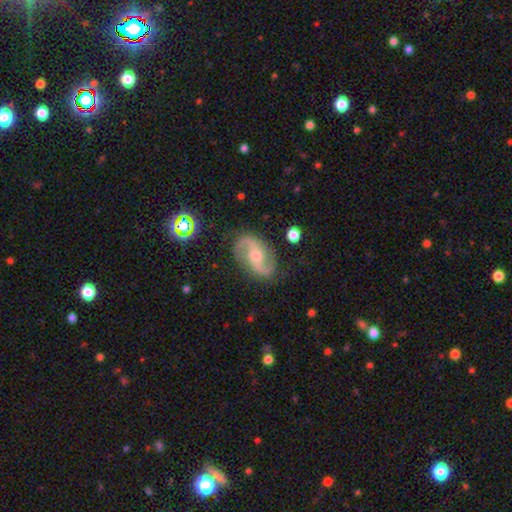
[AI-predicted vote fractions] Q: Smooth or featured?
A: featured or disk (88%); runner-up: smooth (6%)
Q: Edge-on disk?
A: no (98%); runner-up: yes (2%)
Q: Bar?
A: no (47%); runner-up: weak (39%)
Q: Spiral arms?
A: yes (97%); runner-up: no (3%)
Q: Spiral winding?
A: loose (46%); runner-up: medium (43%)
Q: Spiral arm count?
A: 2 (94%); runner-up: can't tell (2%)
Q: Bulge size?
A: moderate (53%); runner-up: small (35%)
Q: Merging?
A: none (83%); runner-up: minor disturbance (12%)